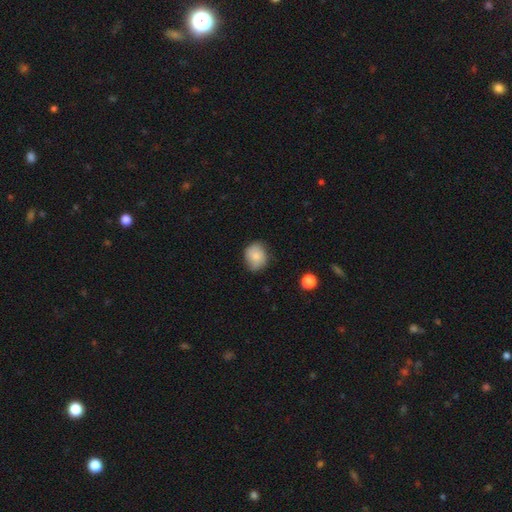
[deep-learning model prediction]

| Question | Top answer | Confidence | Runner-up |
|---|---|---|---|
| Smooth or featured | smooth | 80% | featured or disk (11%) |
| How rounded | round | 65% | in between (34%) |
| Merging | none | 69% | minor disturbance (25%) |